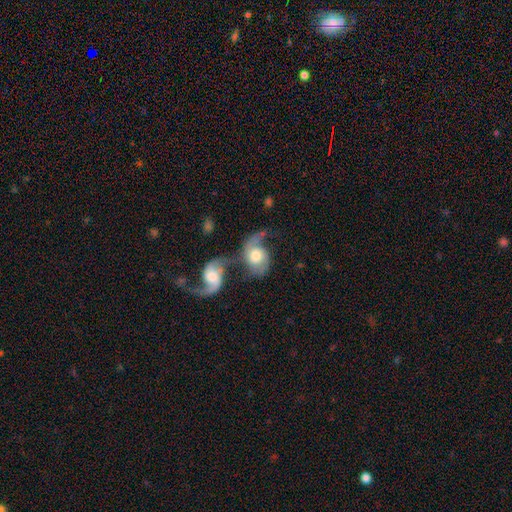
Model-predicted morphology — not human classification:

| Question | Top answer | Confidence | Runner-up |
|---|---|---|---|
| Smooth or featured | featured or disk | 67% | smooth (27%) |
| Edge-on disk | no | 96% | yes (4%) |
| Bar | no | 67% | weak (28%) |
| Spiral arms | yes | 87% | no (13%) |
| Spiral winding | loose | 53% | medium (36%) |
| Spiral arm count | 2 | 73% | 1 (18%) |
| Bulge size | moderate | 49% | large (32%) |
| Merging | merger | 58% | none (17%) |